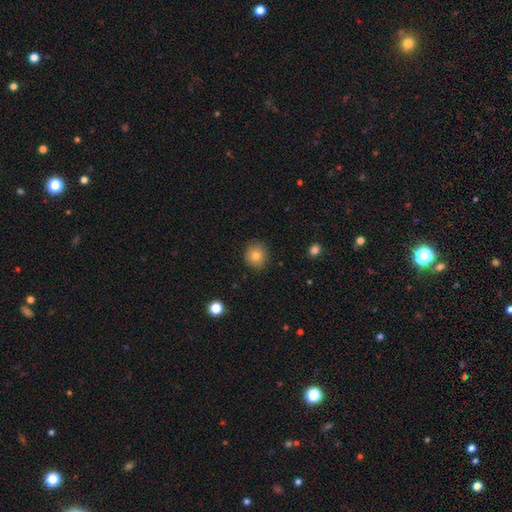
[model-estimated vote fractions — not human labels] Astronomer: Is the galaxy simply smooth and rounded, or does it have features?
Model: smooth — 82%.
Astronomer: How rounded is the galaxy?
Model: round — 88%.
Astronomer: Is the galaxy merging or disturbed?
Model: none — 89%.